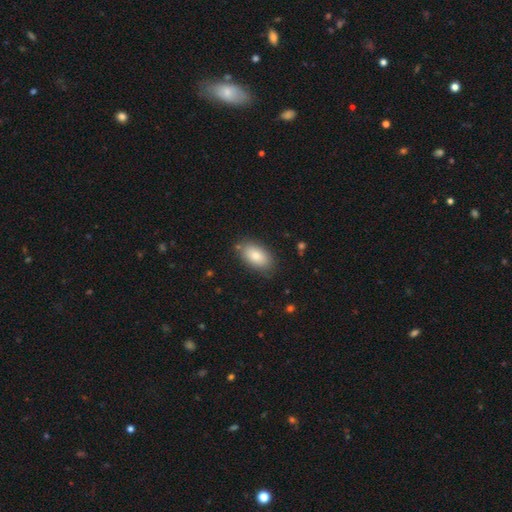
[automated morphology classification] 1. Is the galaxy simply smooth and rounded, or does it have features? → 81% smooth, 12% featured or disk, 7% star or artifact.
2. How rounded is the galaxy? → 93% in between, 5% round, 2% cigar-shaped.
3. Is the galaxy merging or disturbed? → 81% none, 13% minor disturbance, 3% major disturbance, 2% merger.